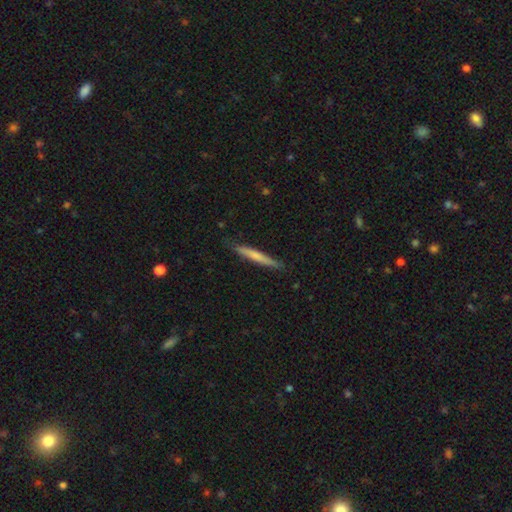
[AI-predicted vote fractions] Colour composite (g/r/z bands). It shows a smooth galaxy with no disk features (60%) that is cigar-shaped (95%). Merging: none (84%).